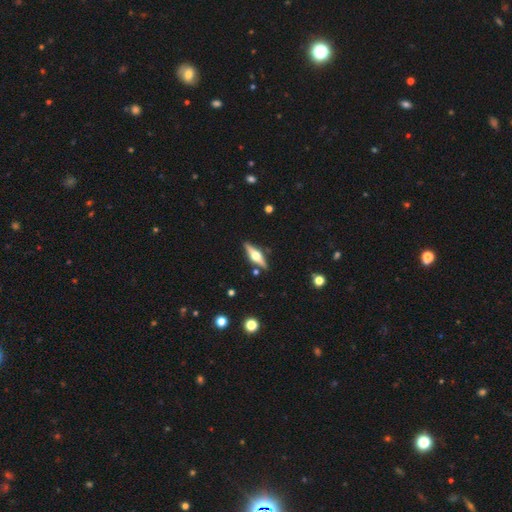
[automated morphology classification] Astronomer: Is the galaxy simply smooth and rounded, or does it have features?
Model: featured or disk — 69%.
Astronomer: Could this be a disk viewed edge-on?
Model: yes — 96%.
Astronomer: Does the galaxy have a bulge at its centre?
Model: rounded — 94%.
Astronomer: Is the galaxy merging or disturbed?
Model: none — 88%.